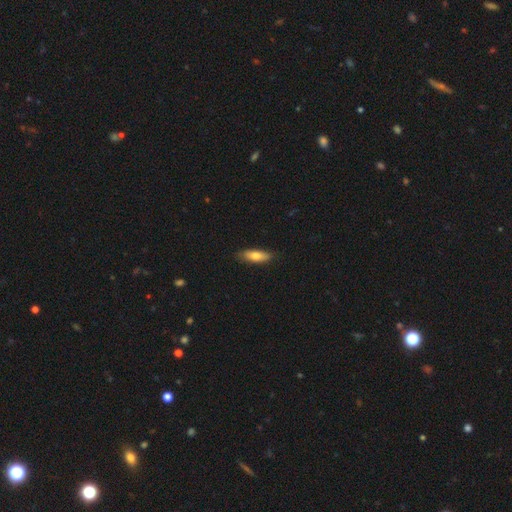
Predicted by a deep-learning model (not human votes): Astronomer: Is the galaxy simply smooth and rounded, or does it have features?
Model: smooth — 70%.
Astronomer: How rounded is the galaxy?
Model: in between — 51% (runner-up: cigar-shaped, 47%).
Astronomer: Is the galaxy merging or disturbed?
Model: none — 84%.